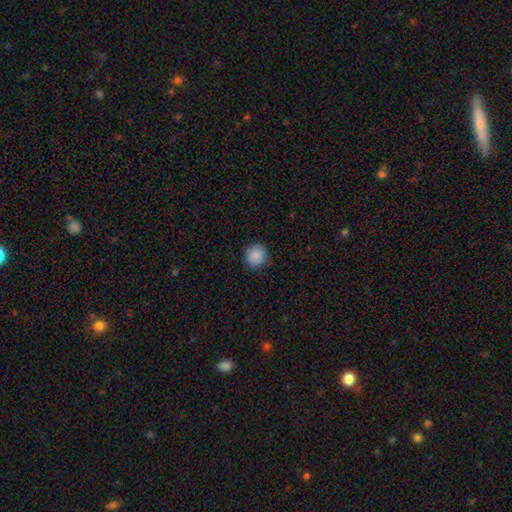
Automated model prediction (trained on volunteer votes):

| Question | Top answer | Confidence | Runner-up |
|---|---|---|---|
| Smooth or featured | smooth | 89% | star or artifact (8%) |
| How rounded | round | 85% | in between (14%) |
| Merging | none | 89% | minor disturbance (8%) |